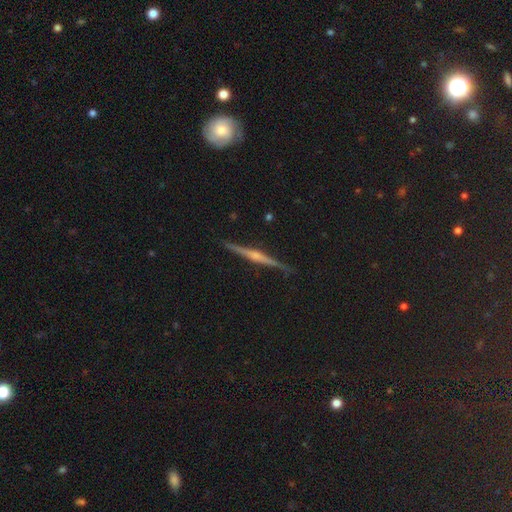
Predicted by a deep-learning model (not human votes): The model was most divided on "edge-on bulge": rounded: 74%, none: 13%, boxy: 12%. More confident: edge-on disk — yes (98%); merging — none (90%); smooth or featured — featured or disk (81%).